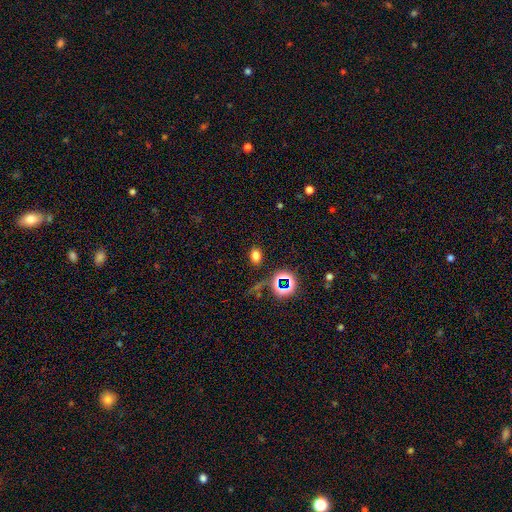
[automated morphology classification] Smooth or featured? smooth (70%)
How rounded? in between (77%)
Merging? none (84%)